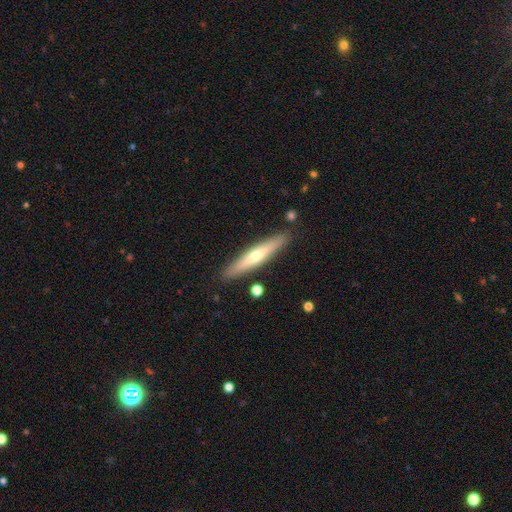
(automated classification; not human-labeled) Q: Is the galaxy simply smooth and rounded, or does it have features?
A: featured or disk — 48%.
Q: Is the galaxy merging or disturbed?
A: none — 88%.